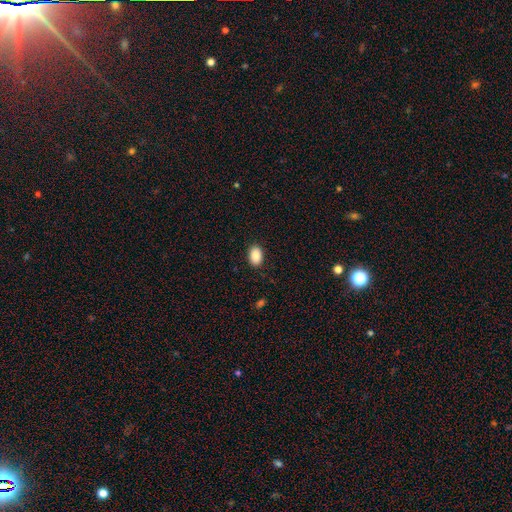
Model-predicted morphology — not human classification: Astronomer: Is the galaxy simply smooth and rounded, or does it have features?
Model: smooth — 89%.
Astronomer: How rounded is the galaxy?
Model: in between — 86%.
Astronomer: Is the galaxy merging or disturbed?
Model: none — 89%.